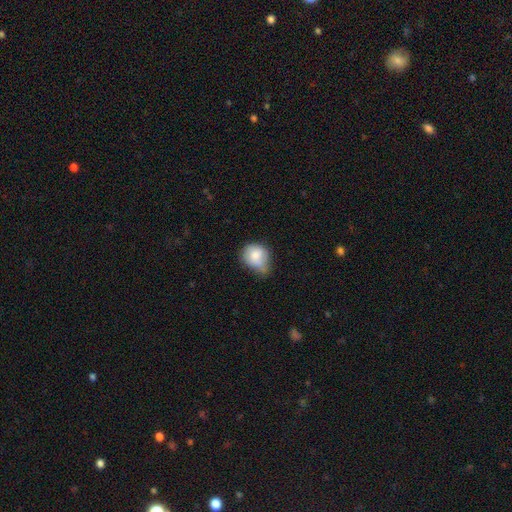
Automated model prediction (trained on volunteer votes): This is likely a smooth galaxy (76%). How rounded: possibly round (60%). Merging: possibly minor disturbance (48%).